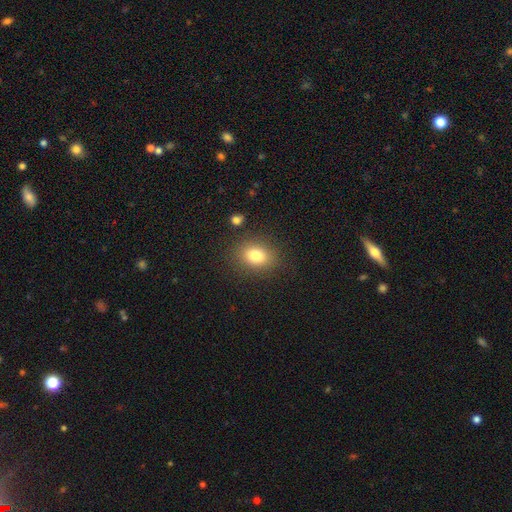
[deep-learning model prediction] Q: Smooth or featured?
A: smooth (80%); runner-up: star or artifact (11%)
Q: How rounded?
A: in between (59%); runner-up: round (40%)
Q: Merging?
A: none (85%); runner-up: minor disturbance (9%)